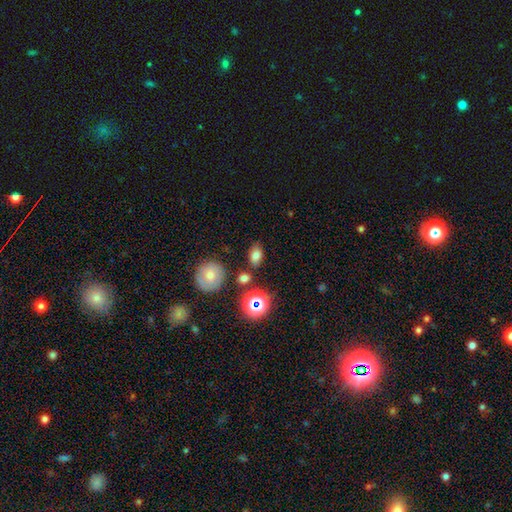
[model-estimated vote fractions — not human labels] smooth_or_featured: smooth (p=0.75) [alt: star or artifact p=0.16]
how_rounded: in between (p=0.79) [alt: round p=0.19]
merging: none (p=0.78) [alt: minor disturbance p=0.12]